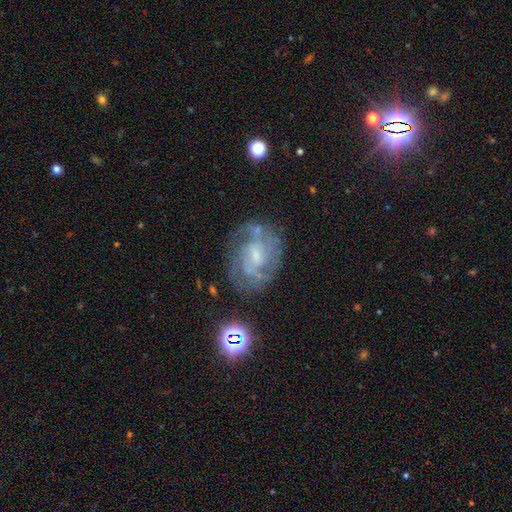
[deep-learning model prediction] Smooth or featured? Predicted: featured or disk (p=0.76). Edge-on disk? Predicted: no (p=0.97). Bar? Predicted: no (p=0.48). Spiral arms? Predicted: yes (p=0.85). Spiral winding? Predicted: tight (p=0.47). Spiral arm count? Predicted: can't tell (p=0.38). Bulge size? Predicted: small (p=0.54). Merging? Predicted: none (p=0.64).